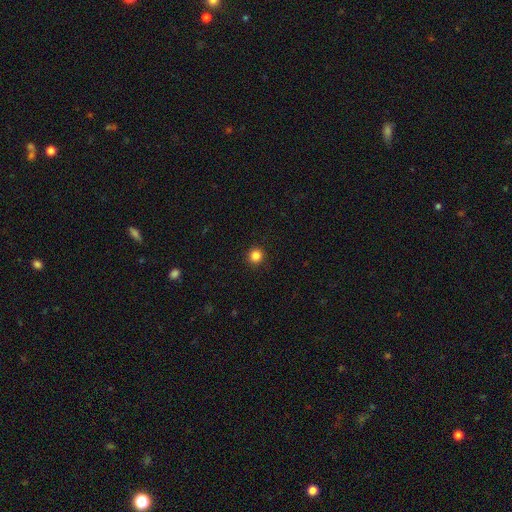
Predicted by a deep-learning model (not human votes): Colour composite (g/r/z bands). It shows a smooth galaxy with no disk features (85%) that is round (95%). Merging: none (93%).